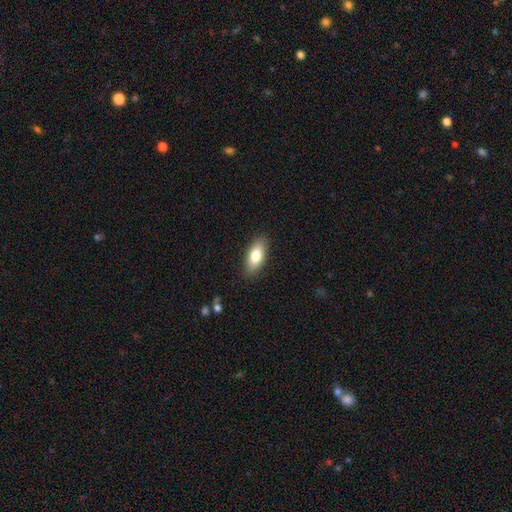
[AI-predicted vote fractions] Q: Smooth or featured?
A: smooth (79%); runner-up: featured or disk (14%)
Q: How rounded?
A: in between (82%); runner-up: cigar-shaped (15%)
Q: Merging?
A: none (87%); runner-up: minor disturbance (9%)